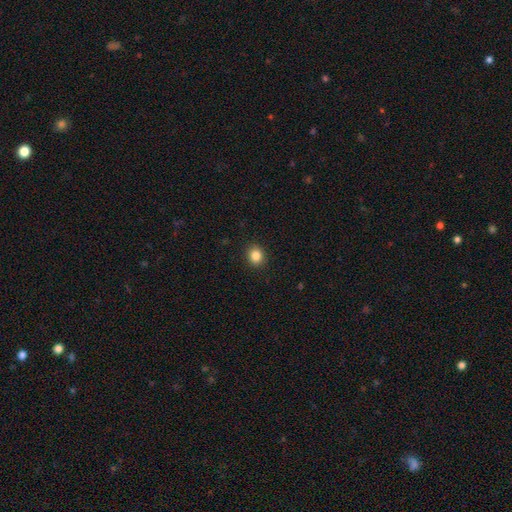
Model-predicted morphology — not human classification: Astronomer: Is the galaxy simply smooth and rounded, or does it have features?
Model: smooth — 84%.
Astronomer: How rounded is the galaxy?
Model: round — 79%.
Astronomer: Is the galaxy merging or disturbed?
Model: none — 92%.